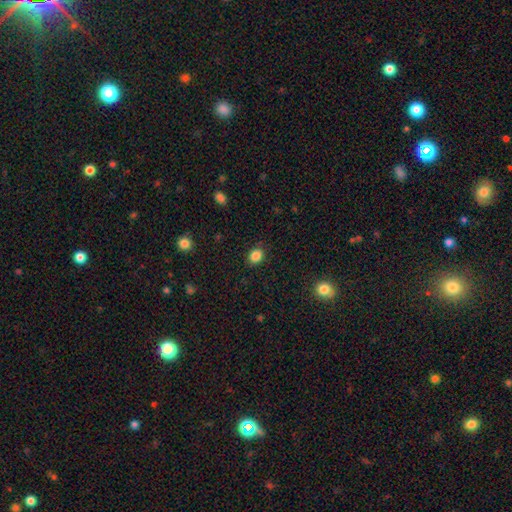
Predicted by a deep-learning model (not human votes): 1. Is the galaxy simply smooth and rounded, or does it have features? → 86% smooth, 11% star or artifact, 4% featured or disk.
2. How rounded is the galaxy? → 55% round, 44% in between, 1% cigar-shaped.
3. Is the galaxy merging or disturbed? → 87% none, 10% minor disturbance, 3% major disturbance, 1% merger.